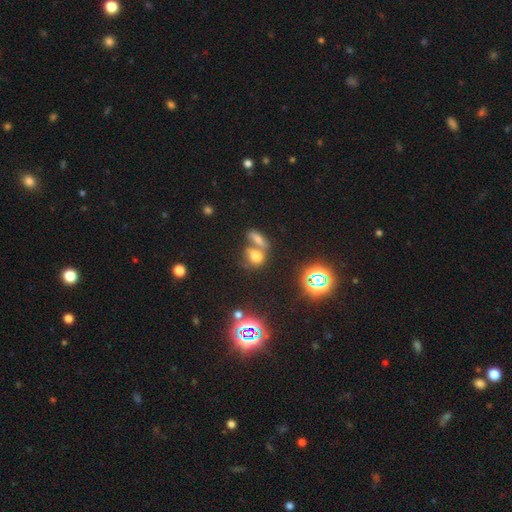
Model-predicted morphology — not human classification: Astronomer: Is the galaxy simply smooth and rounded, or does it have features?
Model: smooth — 58%.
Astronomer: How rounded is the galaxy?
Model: in between — 63%.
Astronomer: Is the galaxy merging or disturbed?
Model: merger — 55% (runner-up: none, 33%).